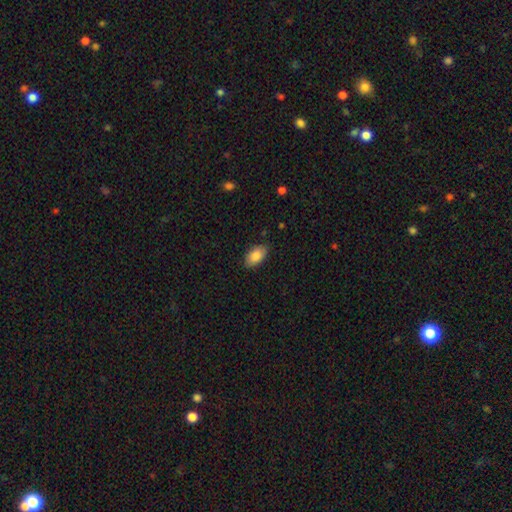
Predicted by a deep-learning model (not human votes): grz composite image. It shows a smooth galaxy with no disk features (88%) that is in between round and cigar-shaped (94%). Merging: none (85%).